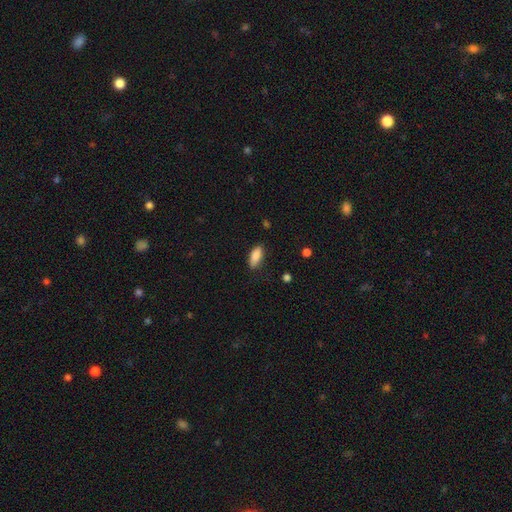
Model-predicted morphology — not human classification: smooth_or_featured: smooth (p=0.87) [alt: star or artifact p=0.07]
how_rounded: in between (p=0.82) [alt: cigar-shaped p=0.16]
merging: none (p=0.83) [alt: minor disturbance p=0.14]